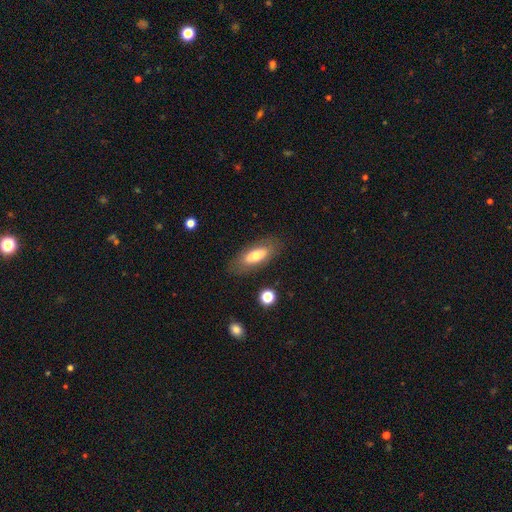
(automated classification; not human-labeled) Smooth or featured? smooth (60%)
How rounded? in between (79%)
Merging? none (81%)